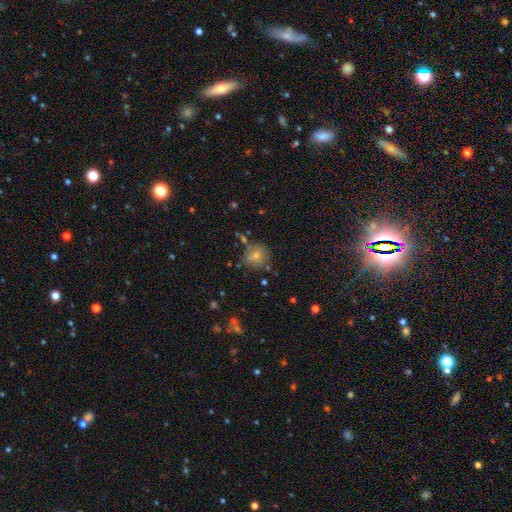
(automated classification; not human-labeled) Morphology: type=smooth (72%); roundness=round (83%); merging=none (71%).